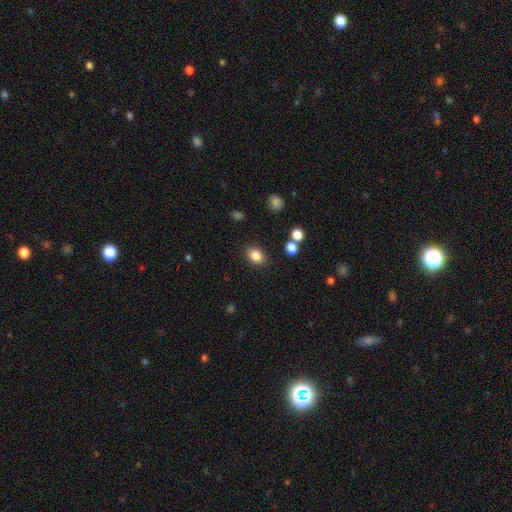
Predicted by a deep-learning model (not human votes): Smooth or featured?
  - smooth: 84% *
  - star or artifact: 11%
  - featured or disk: 6%
How rounded?
  - in between: 60% *
  - round: 39%
  - cigar-shaped: 1%
Merging?
  - none: 85% *
  - minor disturbance: 9%
  - major disturbance: 3%
  - merger: 3%